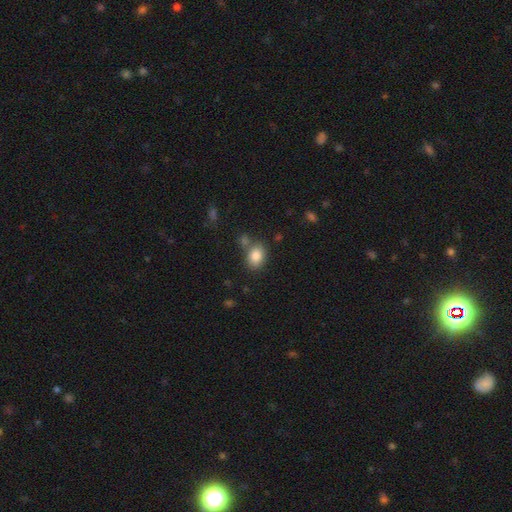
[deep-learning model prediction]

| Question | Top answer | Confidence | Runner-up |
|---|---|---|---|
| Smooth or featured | smooth | 84% | star or artifact (9%) |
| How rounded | in between | 73% | round (26%) |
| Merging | none | 67% | merger (16%) |